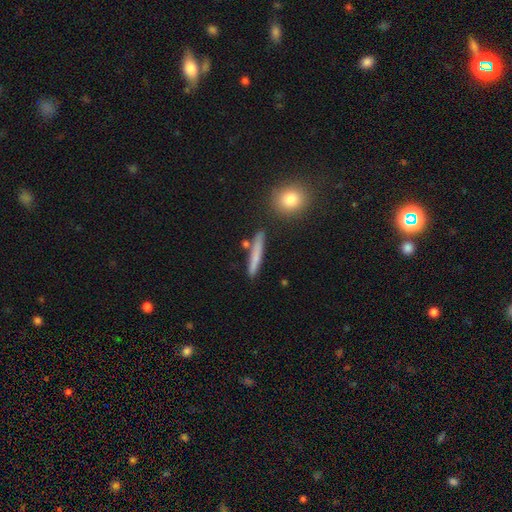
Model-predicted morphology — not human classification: This appears to be a smooth galaxy with no disk features (67%) that is cigar-shaped (92%). Merging: none (85%).